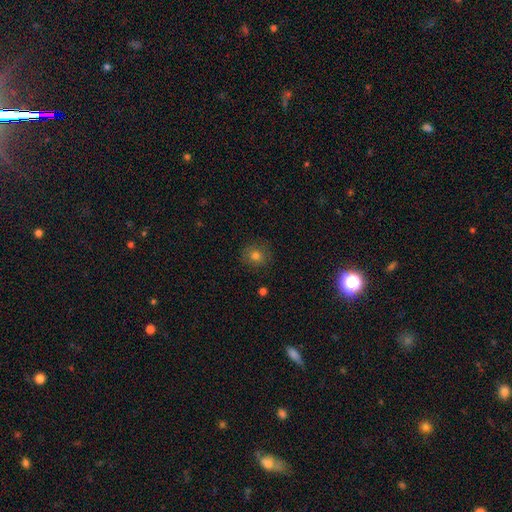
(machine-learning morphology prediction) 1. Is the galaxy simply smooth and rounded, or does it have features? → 77% smooth, 13% star or artifact, 10% featured or disk.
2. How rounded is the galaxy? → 87% round, 12% in between, 1% cigar-shaped.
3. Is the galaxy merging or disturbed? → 86% none, 10% minor disturbance, 3% major disturbance, 1% merger.